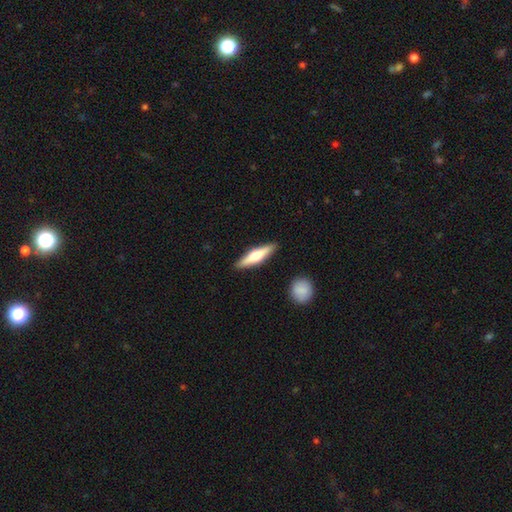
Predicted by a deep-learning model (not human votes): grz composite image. It shows a featured or disk galaxy (54%) viewed edge-on (95%) with a rounded central bulge (91%). Merging: none (89%).